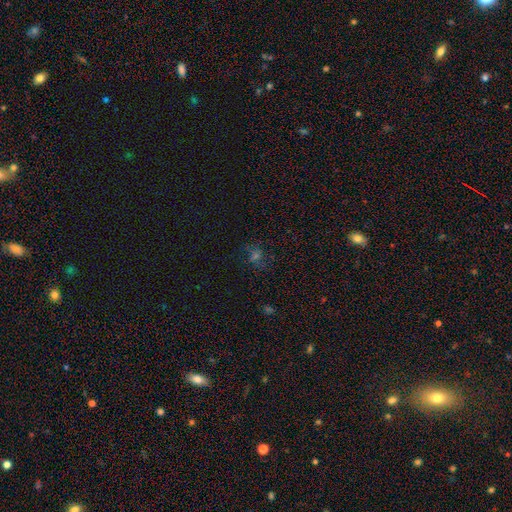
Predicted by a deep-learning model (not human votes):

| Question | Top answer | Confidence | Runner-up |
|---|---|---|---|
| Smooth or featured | star or artifact | 43% | smooth (32%) |